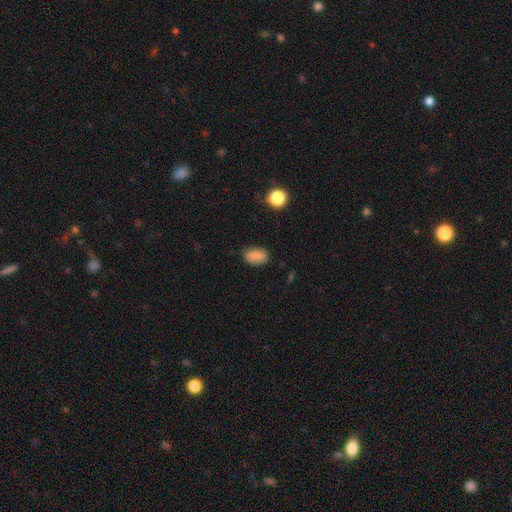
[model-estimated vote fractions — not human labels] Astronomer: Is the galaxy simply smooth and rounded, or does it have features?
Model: smooth — 85%.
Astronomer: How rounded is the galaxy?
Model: in between — 88%.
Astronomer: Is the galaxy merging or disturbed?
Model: none — 82%.